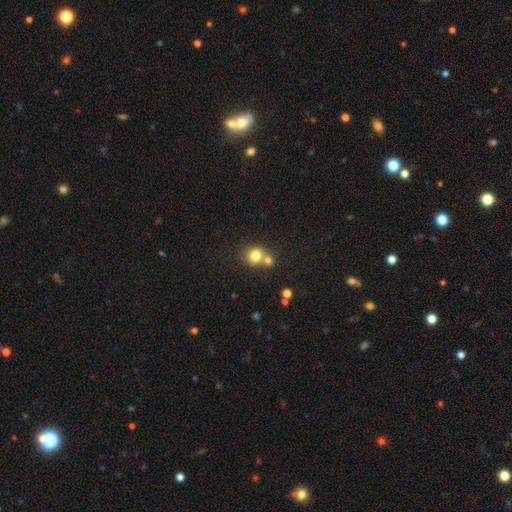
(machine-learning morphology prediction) Smooth or featured?
  - smooth: 79% *
  - star or artifact: 12%
  - featured or disk: 9%
How rounded?
  - round: 83% *
  - in between: 16%
  - cigar-shaped: 1%
Merging?
  - none: 48% *
  - merger: 42%
  - minor disturbance: 7%
  - major disturbance: 3%